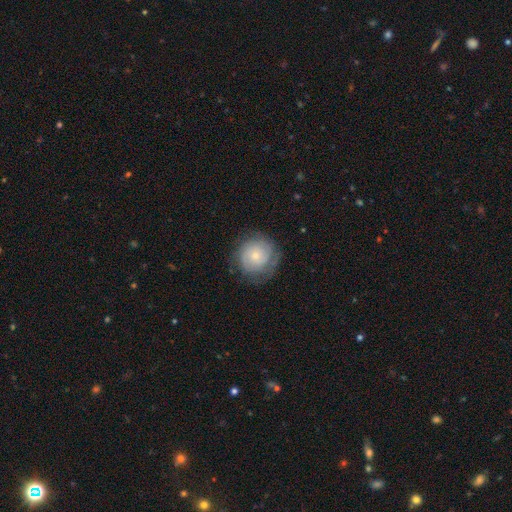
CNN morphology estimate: smooth-or-featured: featured or disk: 50% | smooth: 43% | star or artifact: 7%
  merging: none: 71% | minor disturbance: 19% | major disturbance: 9% | merger: 1%